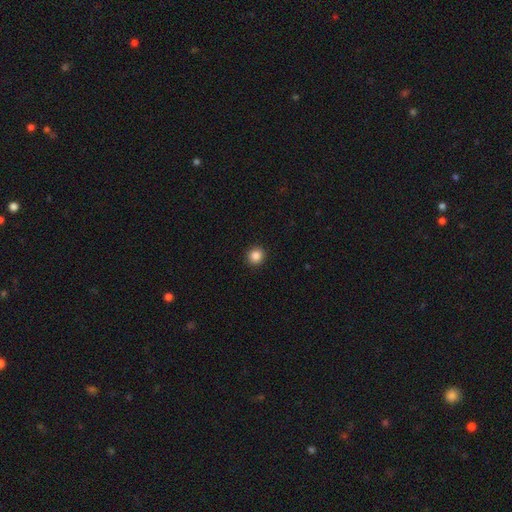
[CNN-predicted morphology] Smooth or featured? smooth (87%)
How rounded? round (90%)
Merging? none (93%)